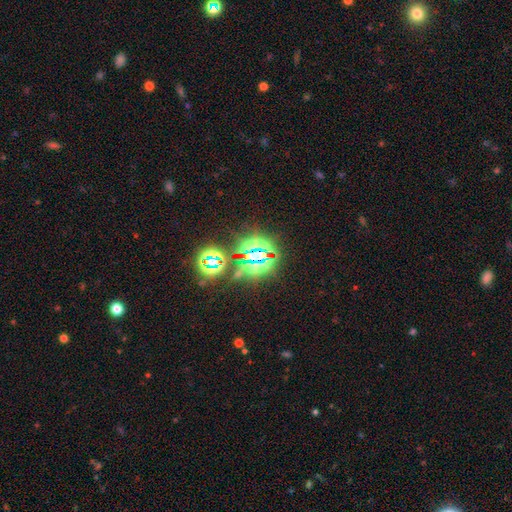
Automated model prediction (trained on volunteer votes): Overall: star or artifact (78%).